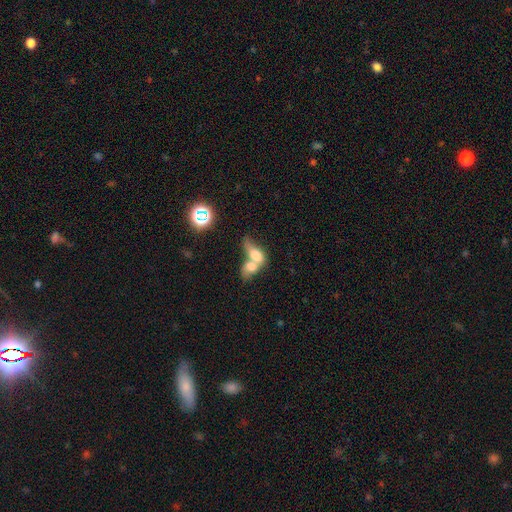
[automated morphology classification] smooth 65%, featured or disk 25%, star or artifact 11%. Down the decision tree: how rounded — in between (77%); merging — merger (80%).